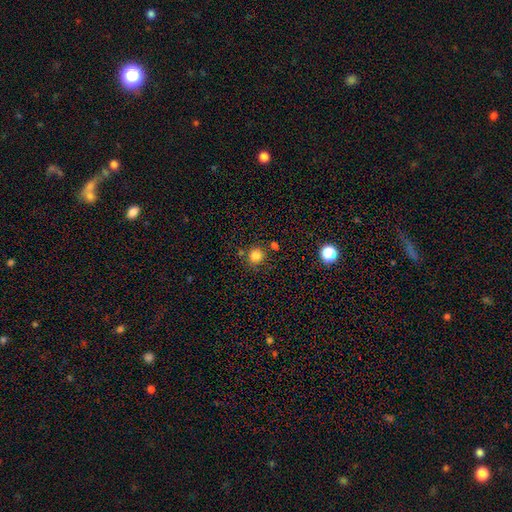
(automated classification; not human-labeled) The model was most divided on "smooth or featured": smooth: 82%, star or artifact: 13%, featured or disk: 5%. More confident: how rounded — round (92%); merging — none (80%).